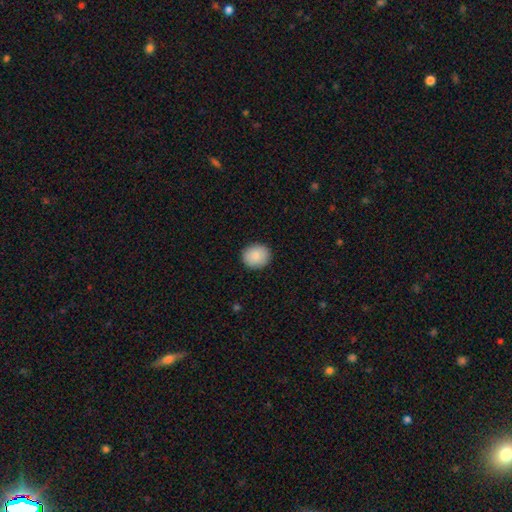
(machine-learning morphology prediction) Smooth or featured? Predicted: smooth (p=0.87). How rounded? Predicted: round (p=0.78). Merging? Predicted: none (p=0.90).